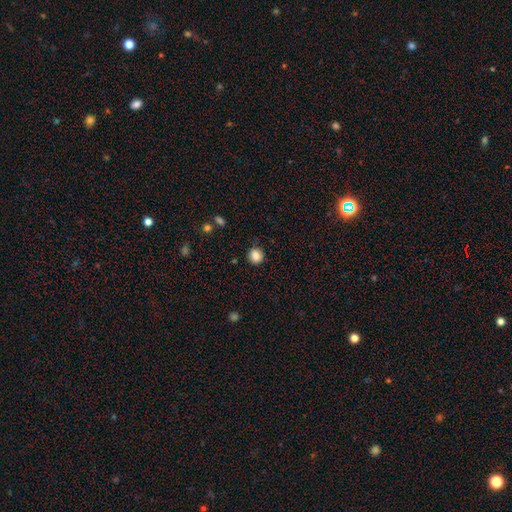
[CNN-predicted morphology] Smooth or featured?
  - smooth: 84% *
  - star or artifact: 10%
  - featured or disk: 6%
How rounded?
  - round: 90% *
  - in between: 9%
  - cigar-shaped: 1%
Merging?
  - none: 88% *
  - minor disturbance: 8%
  - major disturbance: 2%
  - merger: 1%